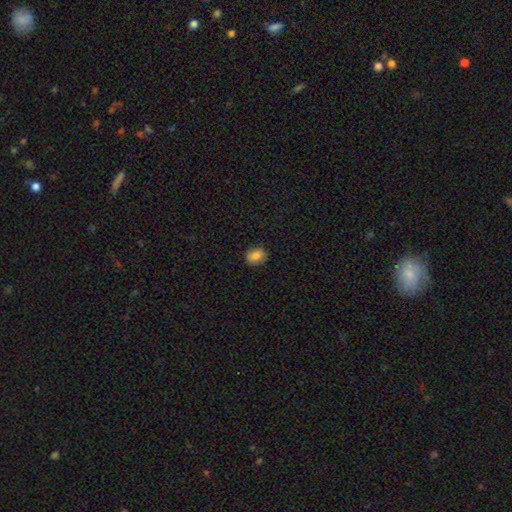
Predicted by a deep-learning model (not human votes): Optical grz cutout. It shows a smooth galaxy with no disk features (84%) that is in between round and cigar-shaped (59%). Merging: none (87%).